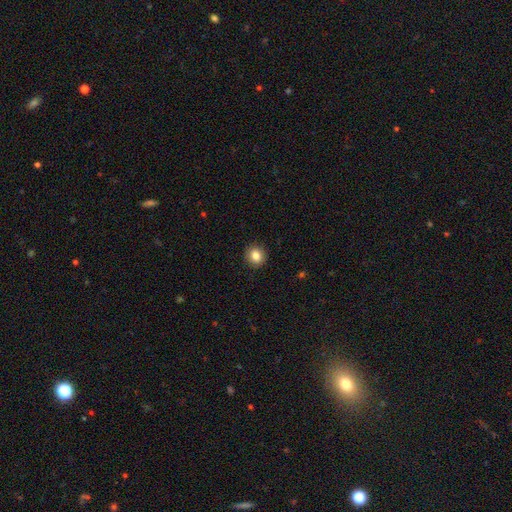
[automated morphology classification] This appears to be a smooth galaxy with no disk features (84%) that is round (84%). Merging: none (91%).